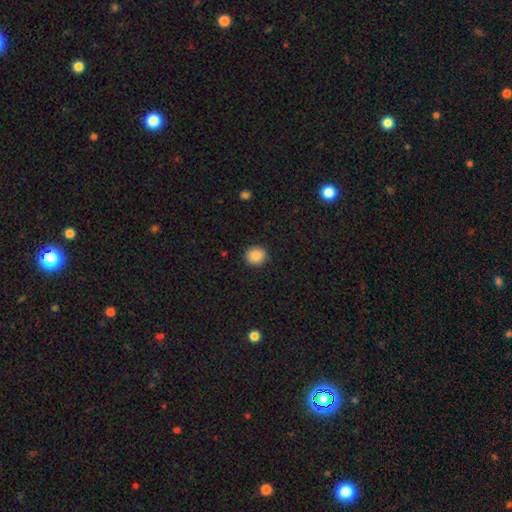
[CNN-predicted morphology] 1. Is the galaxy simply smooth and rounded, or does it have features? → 88% smooth, 9% star or artifact, 3% featured or disk.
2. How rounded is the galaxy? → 87% round, 13% in between, 1% cigar-shaped.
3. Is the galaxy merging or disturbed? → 92% none, 6% minor disturbance, 2% major disturbance, 1% merger.